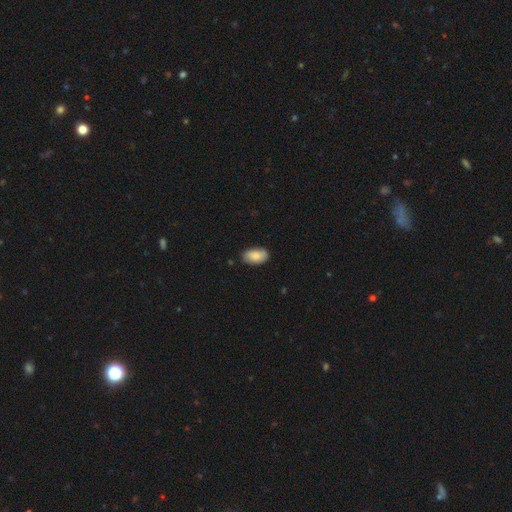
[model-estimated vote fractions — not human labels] The model was most divided on "merging": none: 79%, minor disturbance: 17%, major disturbance: 2%, merger: 1%. More confident: how rounded — in between (94%); smooth or featured — smooth (84%).